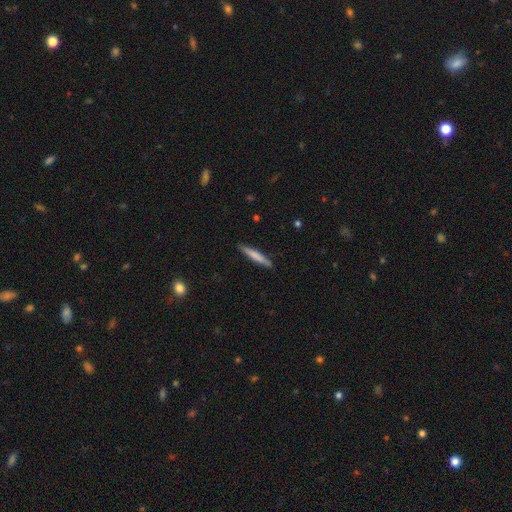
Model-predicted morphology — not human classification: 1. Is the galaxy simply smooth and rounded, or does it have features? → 68% smooth, 26% featured or disk, 5% star or artifact.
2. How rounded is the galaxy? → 95% cigar-shaped, 4% in between, 1% round.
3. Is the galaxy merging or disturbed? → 90% none, 8% minor disturbance, 1% major disturbance, 1% merger.